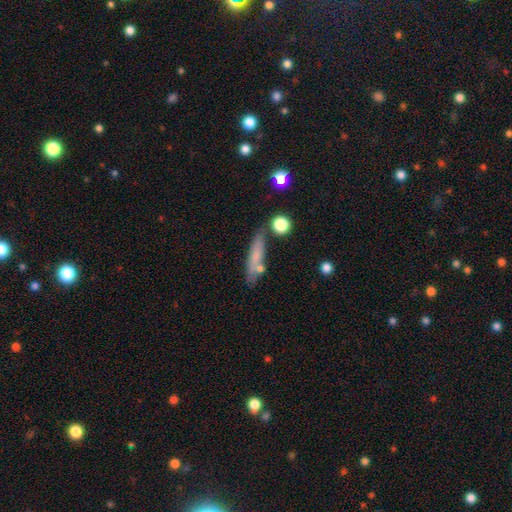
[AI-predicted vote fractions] Smooth or featured: smooth — 66% (featured or disk — 25%)
How rounded: cigar-shaped — 77% (in between — 20%)
Merging: none — 70% (minor disturbance — 15%)